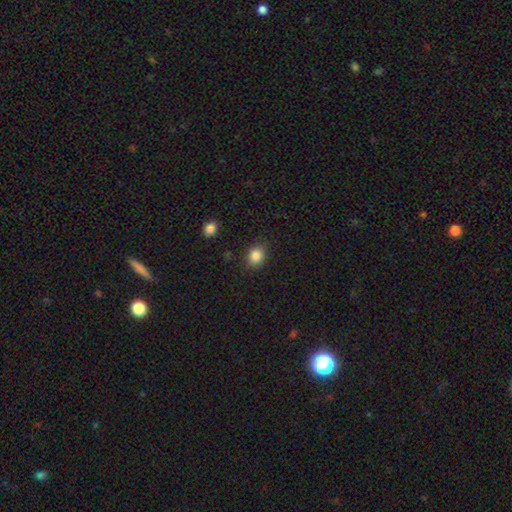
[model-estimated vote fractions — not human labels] A smooth galaxy with no disk features (85%) that is round (54%).

Vote fractions:
- Smooth or featured? smooth: 85% / star or artifact: 10% / featured or disk: 5%
- How rounded? round: 54% / in between: 45% / cigar-shaped: 1%
- Merging? none: 86% / minor disturbance: 10% / major disturbance: 3% / merger: 2%